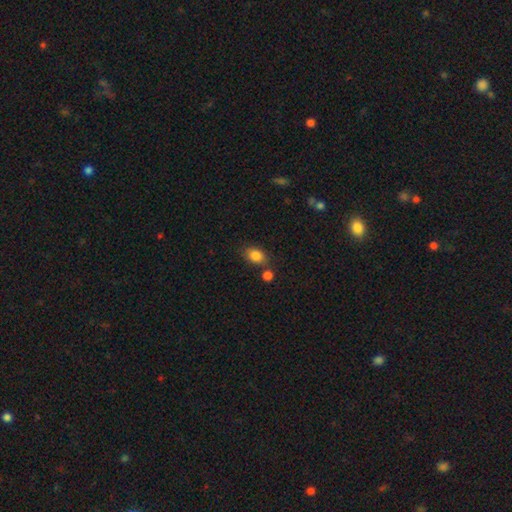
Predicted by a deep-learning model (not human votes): smooth 85%, star or artifact 9%, featured or disk 6%. Down the decision tree: how rounded — in between (72%); merging — none (71%).